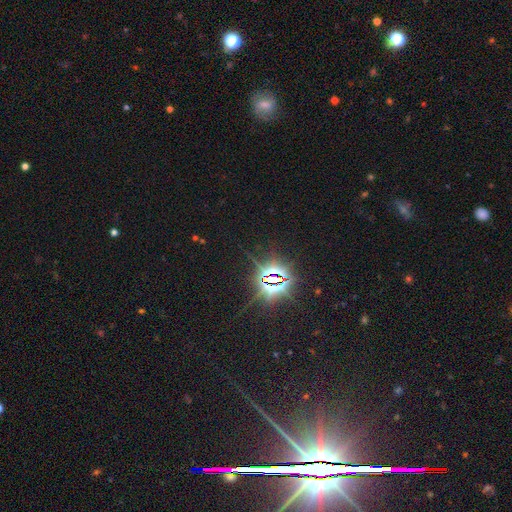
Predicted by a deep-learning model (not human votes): This is likely a star or artifact rather than a galaxy (78%).